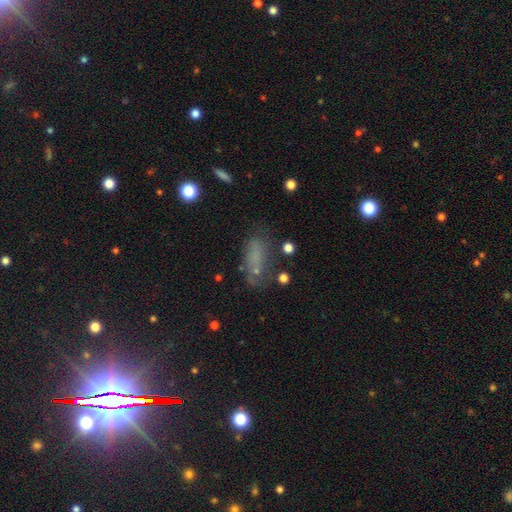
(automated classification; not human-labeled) smooth_or_featured: smooth (p=0.65) [alt: featured or disk p=0.19]
how_rounded: in between (p=0.76) [alt: cigar-shaped p=0.19]
merging: none (p=0.51) [alt: minor disturbance p=0.26]